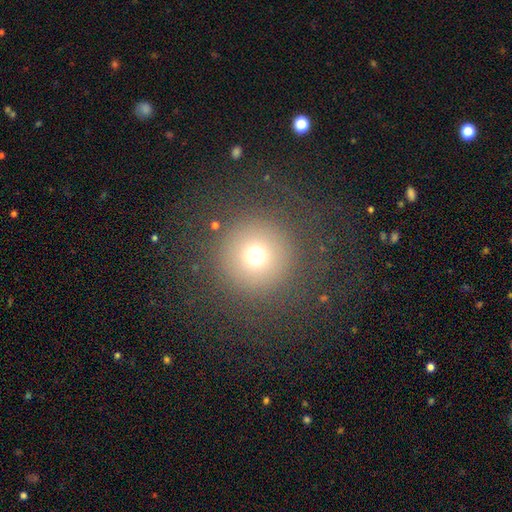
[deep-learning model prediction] smooth_or_featured: smooth (p=0.70) [alt: star or artifact p=0.19]
how_rounded: round (p=0.96) [alt: in between p=0.03]
merging: none (p=0.82) [alt: major disturbance p=0.09]